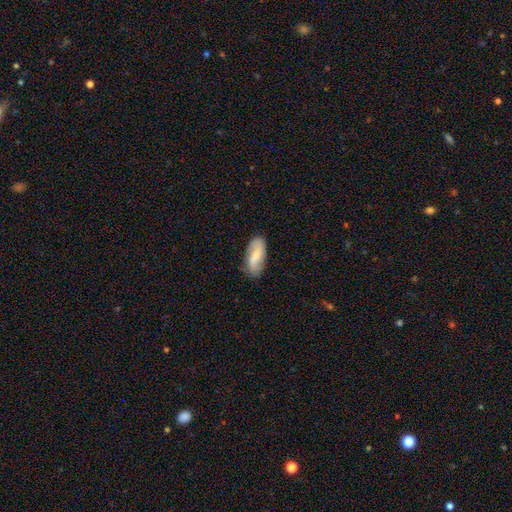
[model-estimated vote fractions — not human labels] Overall: smooth (57%; featured or disk 36%). How rounded: in between (86%). Merging: none (79%).